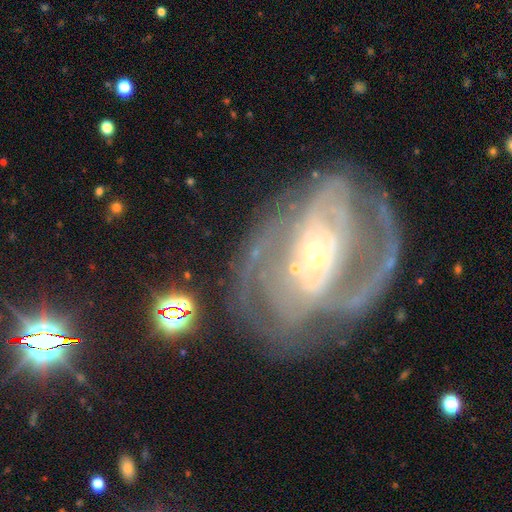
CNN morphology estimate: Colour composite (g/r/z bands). It shows a featured or disk galaxy (81%) with no bar (49%), tight (44%) spiral arms (80%) and a small central bulge (62%). Merging: none (44%).